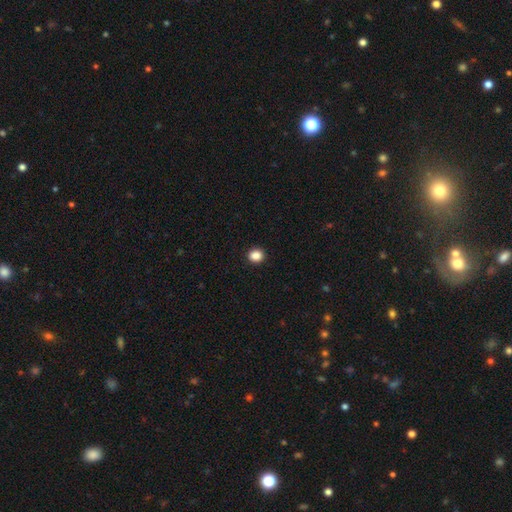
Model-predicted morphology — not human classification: Smooth or featured? smooth (87%)
How rounded? round (84%)
Merging? none (93%)